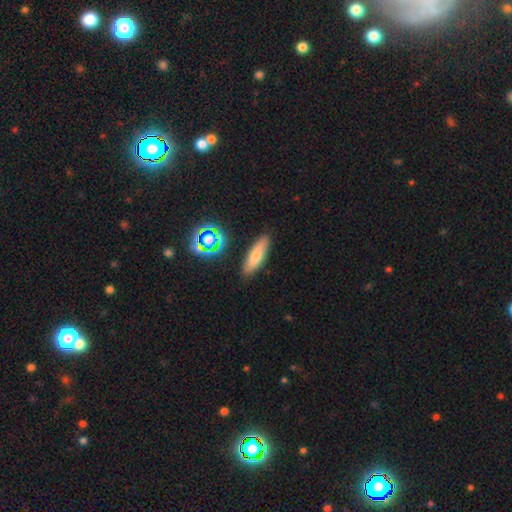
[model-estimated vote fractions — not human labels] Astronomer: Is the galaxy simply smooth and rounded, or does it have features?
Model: smooth — 68%.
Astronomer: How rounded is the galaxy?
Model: cigar-shaped — 60% (runner-up: in between, 37%).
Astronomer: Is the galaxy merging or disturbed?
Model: none — 86%.